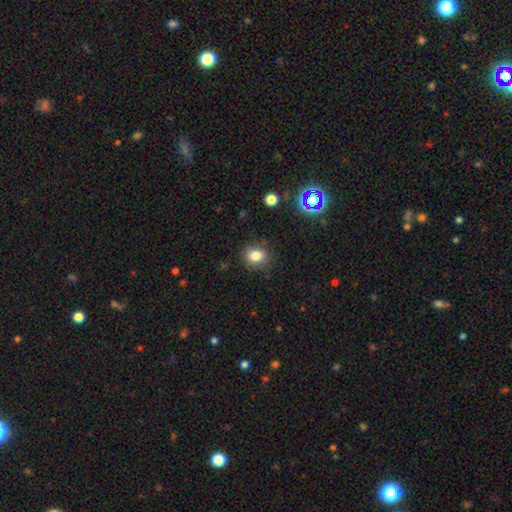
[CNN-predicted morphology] This appears to be a smooth galaxy with no disk features (81%) that is round (51%). Merging: none (82%).